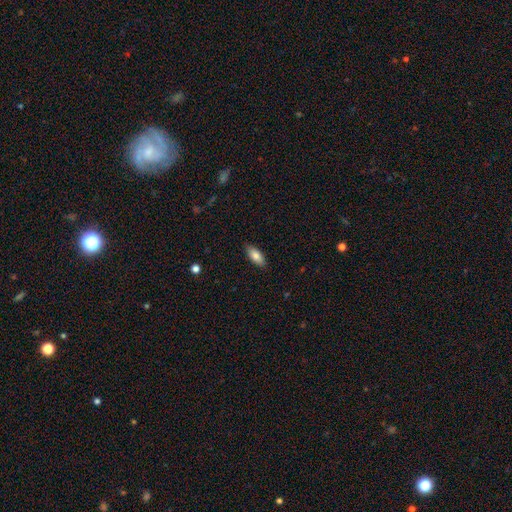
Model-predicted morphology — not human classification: A smooth galaxy with no disk features (83%) that is in between round and cigar-shaped (83%).

Vote fractions:
- Smooth or featured? smooth: 83% / featured or disk: 11% / star or artifact: 7%
- How rounded? in between: 83% / cigar-shaped: 15% / round: 2%
- Merging? none: 88% / minor disturbance: 9% / major disturbance: 2% / merger: 1%